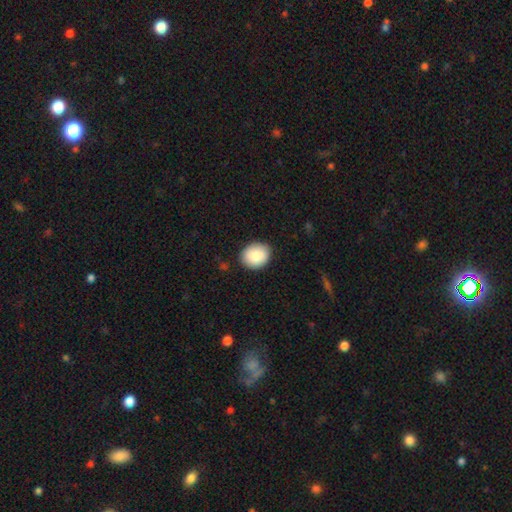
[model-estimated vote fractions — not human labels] Morphology: type=smooth (88%); roundness=round (55%); merging=none (87%).